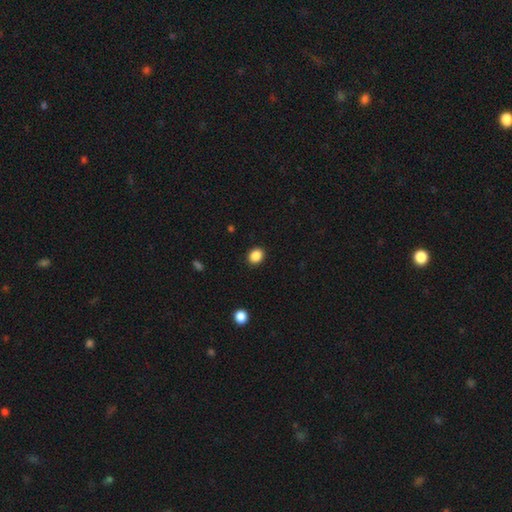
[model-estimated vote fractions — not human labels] Q: Smooth or featured?
A: smooth (87%); runner-up: star or artifact (10%)
Q: How rounded?
A: round (61%); runner-up: in between (38%)
Q: Merging?
A: none (91%); runner-up: minor disturbance (6%)